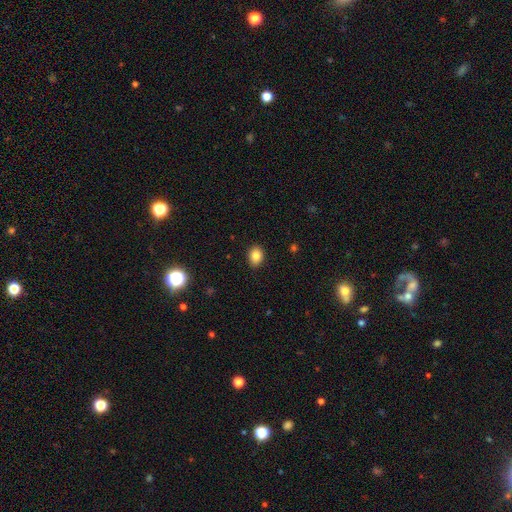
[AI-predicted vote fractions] A smooth galaxy with no disk features (85%) that is in between round and cigar-shaped (64%).

Vote fractions:
- Smooth or featured? smooth: 85% / star or artifact: 10% / featured or disk: 5%
- How rounded? in between: 64% / round: 35% / cigar-shaped: 1%
- Merging? none: 88% / minor disturbance: 9% / major disturbance: 2% / merger: 1%